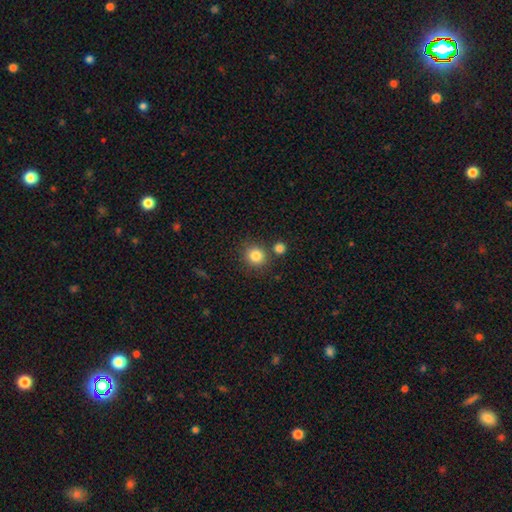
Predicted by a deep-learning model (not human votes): Smooth or featured? Predicted: smooth (p=0.84). How rounded? Predicted: round (p=0.86). Merging? Predicted: none (p=0.77).